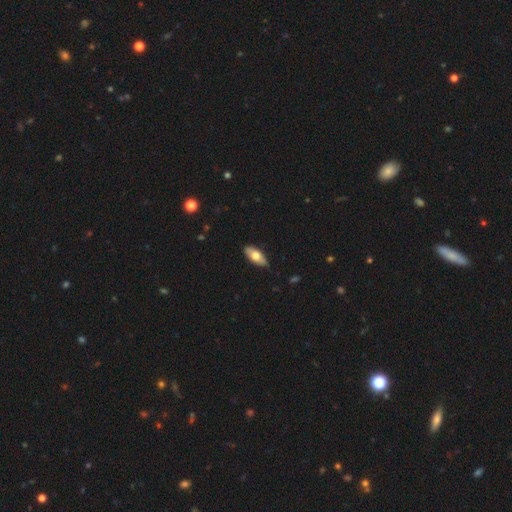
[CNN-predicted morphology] The model was most divided on "smooth or featured": smooth: 66%, featured or disk: 28%, star or artifact: 5%. More confident: how rounded — in between (87%); merging — none (84%).